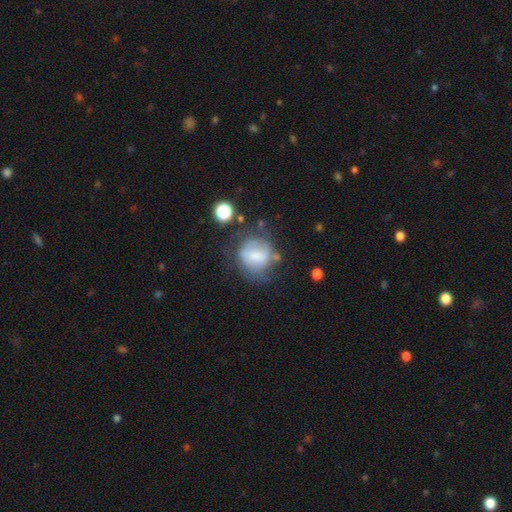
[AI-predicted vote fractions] smooth_or_featured: smooth (p=0.56) [alt: featured or disk p=0.34]
how_rounded: round (p=0.73) [alt: in between p=0.26]
merging: none (p=0.43) [alt: minor disturbance p=0.27]